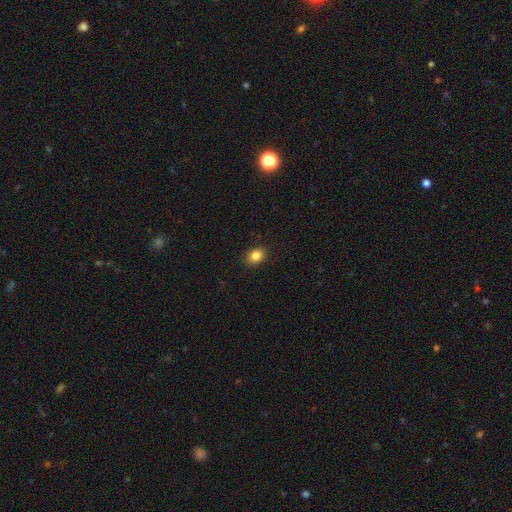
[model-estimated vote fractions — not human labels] smooth_or_featured: smooth (p=0.85) [alt: star or artifact p=0.10]
how_rounded: in between (p=0.71) [alt: round p=0.28]
merging: none (p=0.90) [alt: minor disturbance p=0.07]